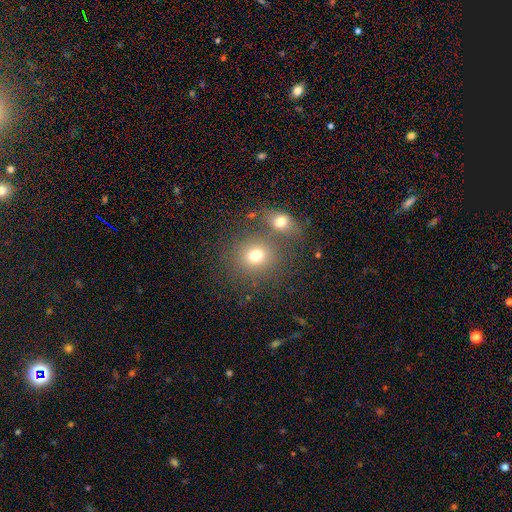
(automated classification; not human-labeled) Smooth or featured? Predicted: smooth (p=0.74). How rounded? Predicted: round (p=0.76). Merging? Predicted: none (p=0.59).